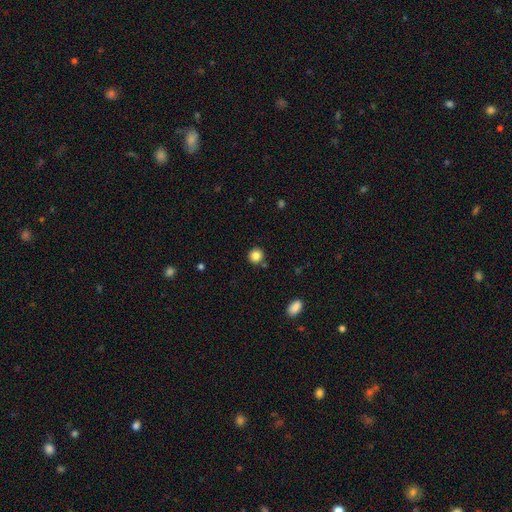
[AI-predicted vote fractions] Smooth or featured? Predicted: smooth (p=0.84). How rounded? Predicted: round (p=0.92). Merging? Predicted: none (p=0.85).